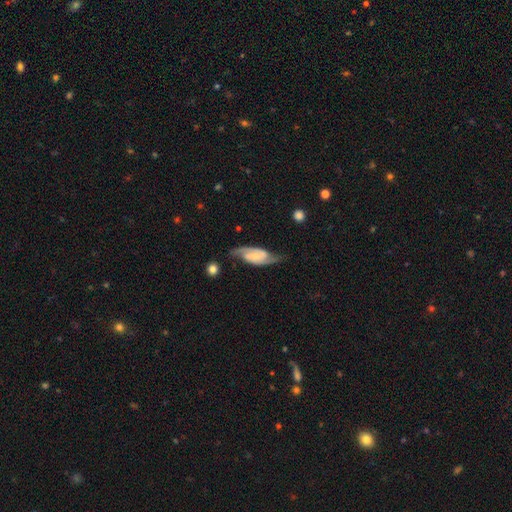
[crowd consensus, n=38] smooth_or_featured: featured or disk (p=0.79) [alt: smooth p=0.16]
disk_edge_on: no (p=0.97) [alt: yes p=0.03]
bar: weak (p=0.41) [tied with: no p=0.41]
has_spiral_arms: yes (p=0.97) [alt: no p=0.03]
spiral_winding: medium (p=0.54) [alt: tight p=0.29]
spiral_arm_count: 2 (p=0.89) [alt: can't tell p=0.07]
bulge_size: small (p=0.48) [alt: moderate p=0.38]
merging: none (p=0.75) [alt: minor disturbance p=0.14]